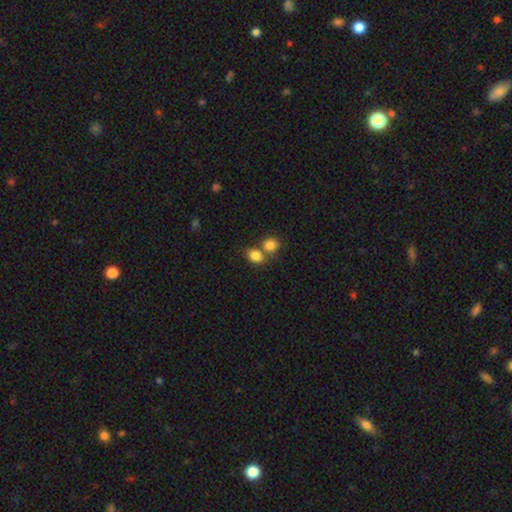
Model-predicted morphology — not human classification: Smooth or featured? Predicted: smooth (p=0.84). How rounded? Predicted: round (p=0.58). Merging? Predicted: none (p=0.46).